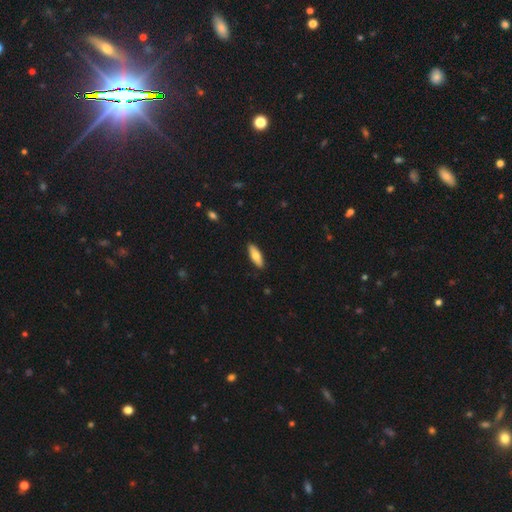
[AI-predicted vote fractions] This appears to be a smooth galaxy with no disk features (73%) that is in between round and cigar-shaped (63%). Merging: none (89%).